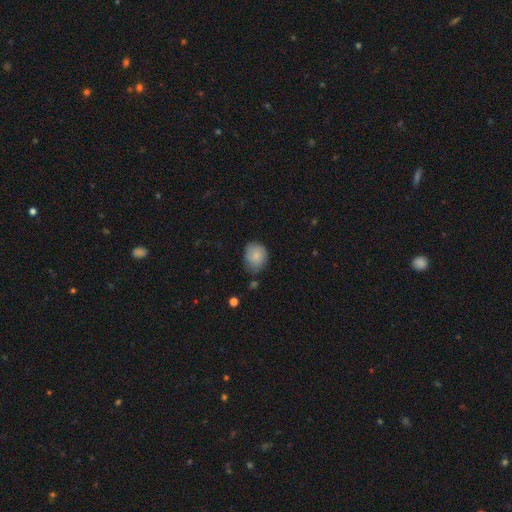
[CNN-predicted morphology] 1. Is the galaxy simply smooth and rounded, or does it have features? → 79% smooth, 14% featured or disk, 7% star or artifact.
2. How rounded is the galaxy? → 65% round, 34% in between, 1% cigar-shaped.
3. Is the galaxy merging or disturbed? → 63% none, 28% minor disturbance, 6% major disturbance, 3% merger.